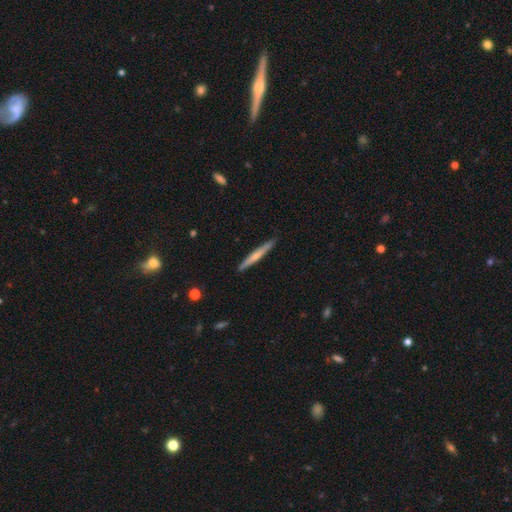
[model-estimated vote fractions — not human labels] Smooth or featured?
  - smooth: 52% *
  - featured or disk: 42%
  - star or artifact: 6%
How rounded?
  - cigar-shaped: 96% *
  - in between: 3%
  - round: 1%
Merging?
  - none: 89% *
  - minor disturbance: 9%
  - major disturbance: 1%
  - merger: 1%